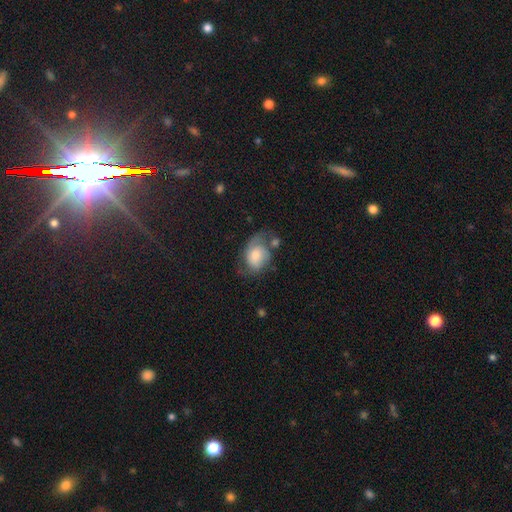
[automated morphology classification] Smooth or featured?
  - smooth: 48% *
  - featured or disk: 44%
  - star or artifact: 8%
Merging?
  - none: 36% *
  - minor disturbance: 29%
  - major disturbance: 26%
  - merger: 9%